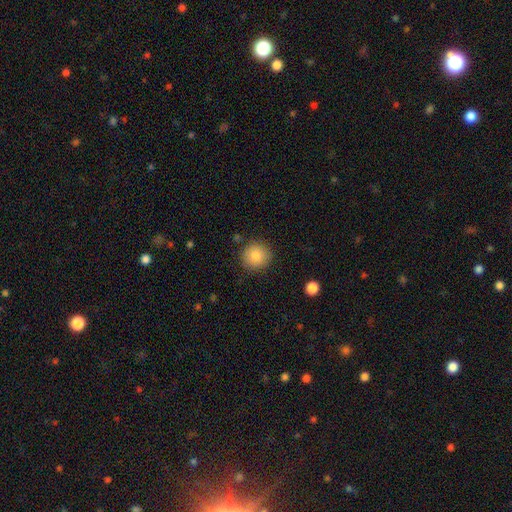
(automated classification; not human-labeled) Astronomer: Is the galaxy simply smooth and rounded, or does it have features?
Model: smooth — 86%.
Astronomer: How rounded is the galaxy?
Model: round — 91%.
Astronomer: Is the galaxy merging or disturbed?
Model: none — 88%.